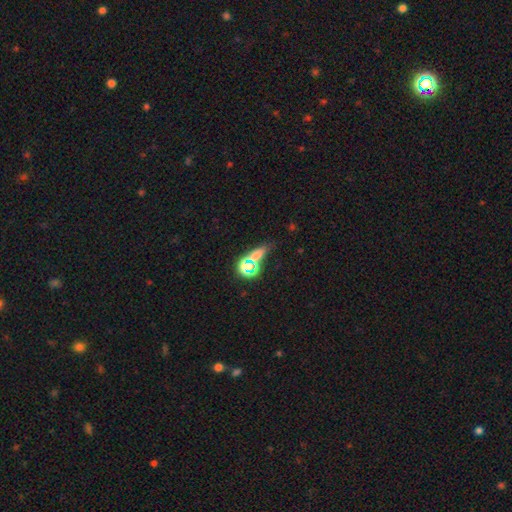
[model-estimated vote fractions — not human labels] Morphology: type=smooth (48%); merging=none (58%).